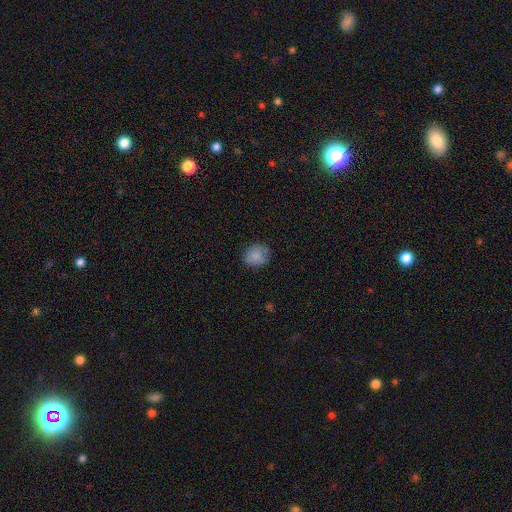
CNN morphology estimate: Smooth or featured? smooth (82%)
How rounded? round (73%)
Merging? none (76%)